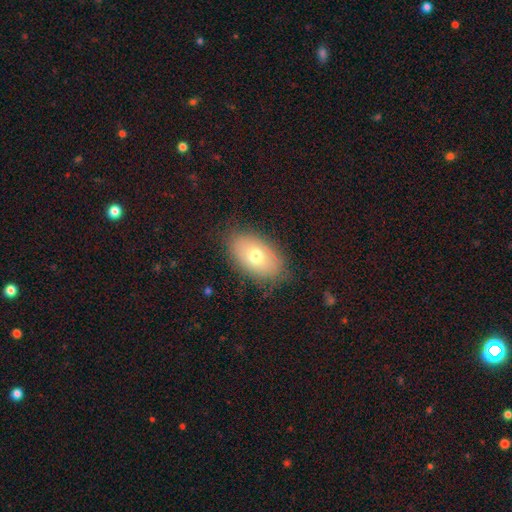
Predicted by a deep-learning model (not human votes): A smooth galaxy with no disk features (67%) that is in between round and cigar-shaped (91%). Merging: none (82%).